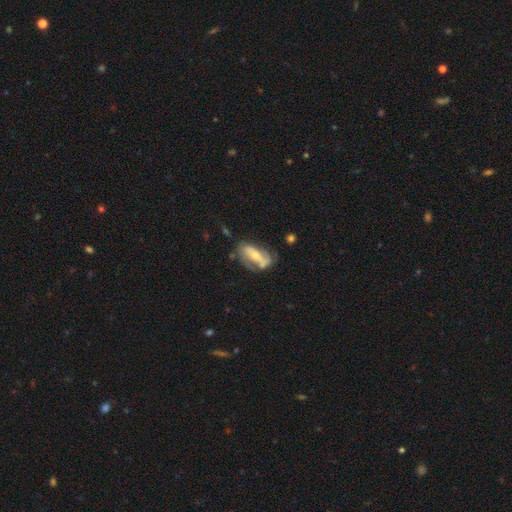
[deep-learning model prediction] A featured or disk galaxy (62%) with a strong bar (38%), spiral arms (66%) and a small central bulge (45%). Merging: none (47%).